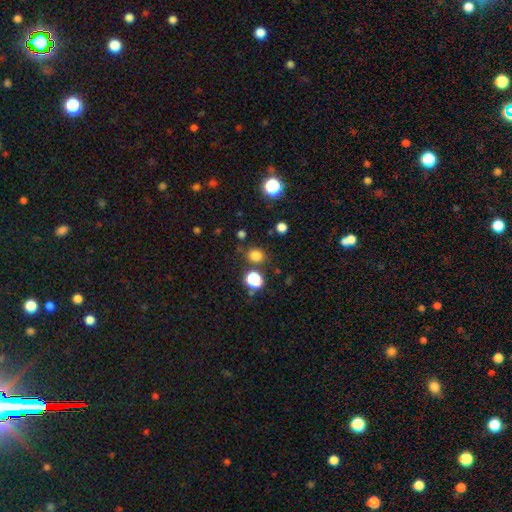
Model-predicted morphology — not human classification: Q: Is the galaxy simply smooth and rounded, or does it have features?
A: smooth — 77%.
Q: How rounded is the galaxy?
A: round — 77%.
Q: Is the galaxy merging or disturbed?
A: none — 79%.